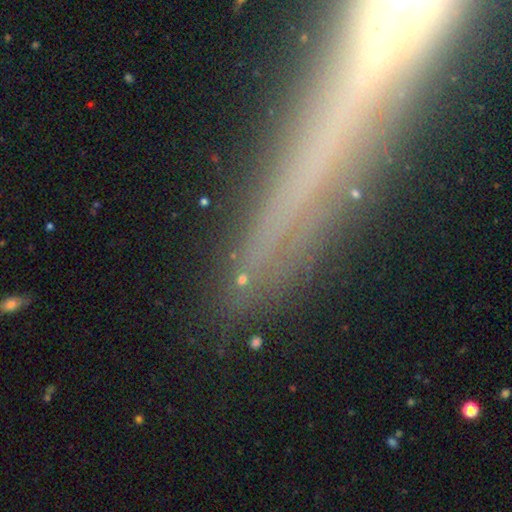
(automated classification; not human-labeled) star or artifact 37%, featured or disk 35%, smooth 28%.